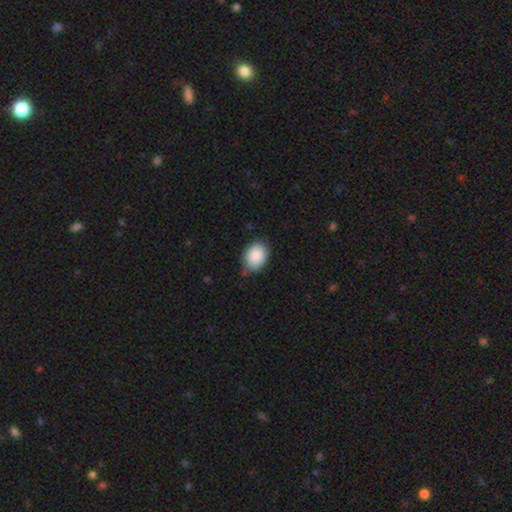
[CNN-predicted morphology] Smooth or featured? Predicted: smooth (p=0.89). How rounded? Predicted: in between (p=0.70). Merging? Predicted: none (p=0.78).